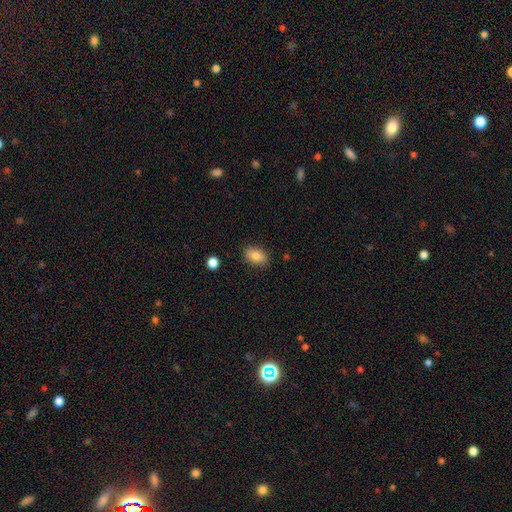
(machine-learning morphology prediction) A smooth galaxy with no disk features (83%) that is in between round and cigar-shaped (86%). Merging: none (85%).